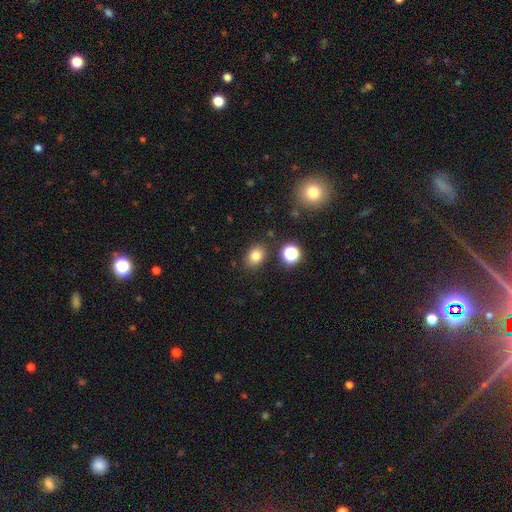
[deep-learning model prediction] A smooth galaxy with no disk features (79%) that is in between round and cigar-shaped (61%). Merging: none (83%).